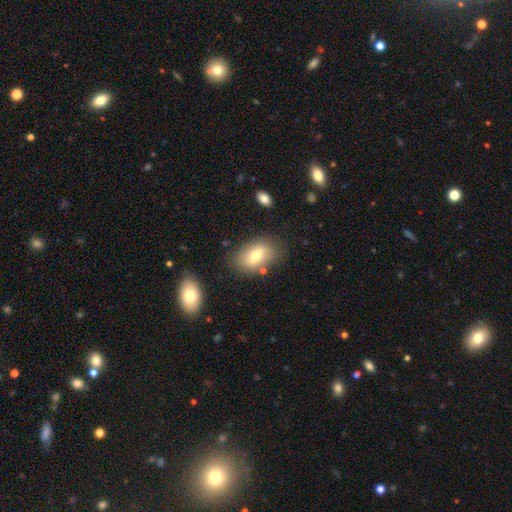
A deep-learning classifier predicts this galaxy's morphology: smooth-or-featured: smooth: 68% | featured or disk: 23% | star or artifact: 8%
  how-rounded: in between: 86% | round: 12% | cigar-shaped: 2%
  merging: none: 76% | minor disturbance: 15% | merger: 5% | major disturbance: 4%